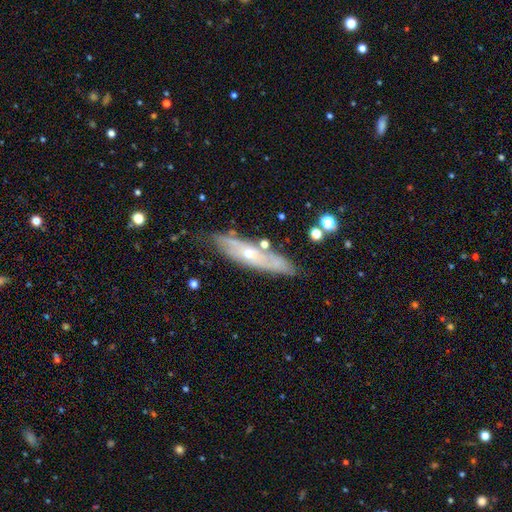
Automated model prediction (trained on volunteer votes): This is likely a featured or disk galaxy (70%). It is possibly not viewed edge-on (55%). Merging: likely none (74%).